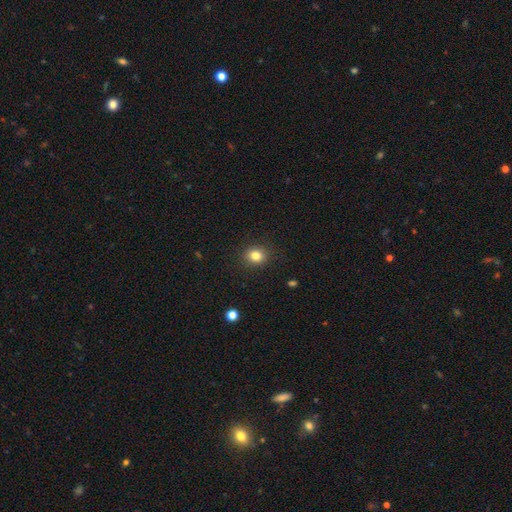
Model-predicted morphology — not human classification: This appears to be a smooth galaxy with no disk features (82%) that is round (74%). Merging: none (90%).